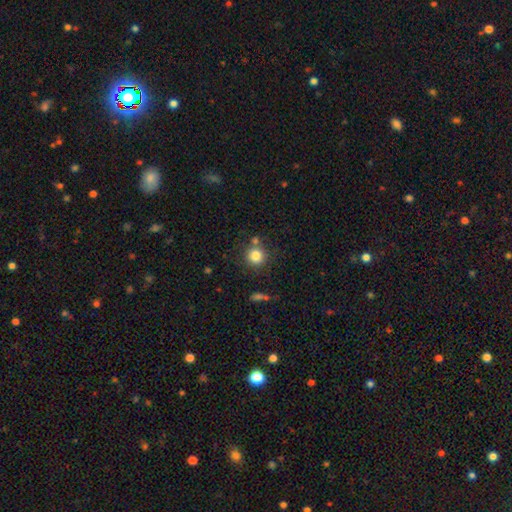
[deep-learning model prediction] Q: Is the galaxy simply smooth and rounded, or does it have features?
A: smooth — 82%.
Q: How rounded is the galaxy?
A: round — 92%.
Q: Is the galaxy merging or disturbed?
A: none — 76%.